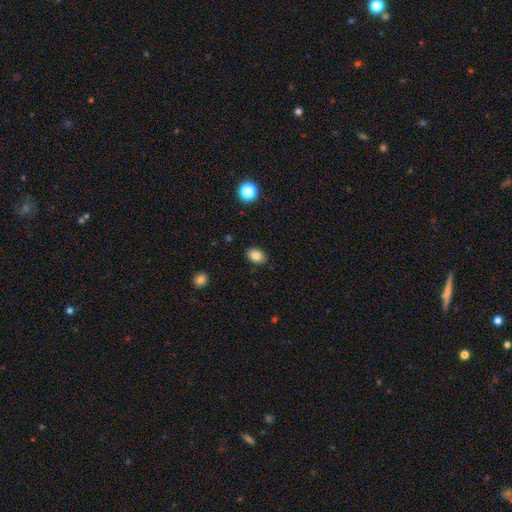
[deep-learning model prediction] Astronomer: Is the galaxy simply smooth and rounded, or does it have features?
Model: smooth — 82%.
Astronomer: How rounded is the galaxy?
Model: in between — 78%.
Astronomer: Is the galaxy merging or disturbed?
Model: none — 86%.